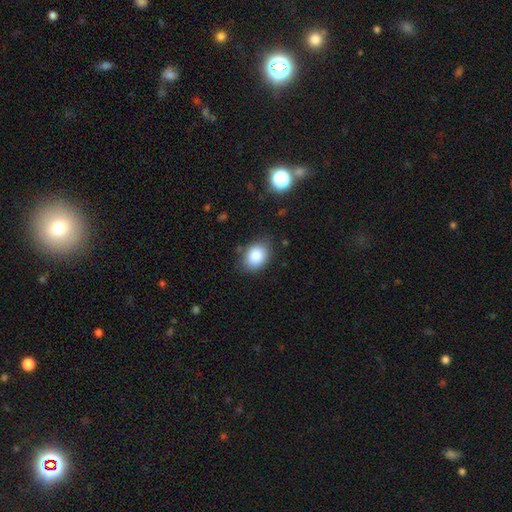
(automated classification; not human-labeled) smooth 85%, star or artifact 9%, featured or disk 6%. Down the decision tree: how rounded — in between (67%); merging — none (81%).